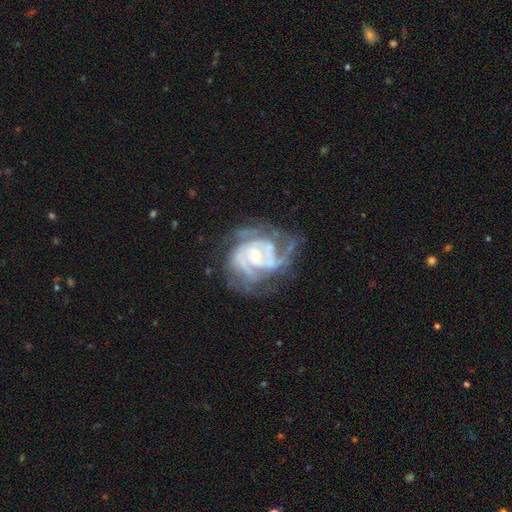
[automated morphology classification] Q: Smooth or featured?
A: featured or disk (88%); runner-up: smooth (6%)
Q: Edge-on disk?
A: no (98%); runner-up: yes (2%)
Q: Bar?
A: no (63%); runner-up: weak (28%)
Q: Spiral arms?
A: yes (94%); runner-up: no (6%)
Q: Spiral winding?
A: tight (57%); runner-up: medium (34%)
Q: Spiral arm count?
A: can't tell (27%); runner-up: 3 (26%)
Q: Bulge size?
A: small (66%); runner-up: moderate (30%)
Q: Merging?
A: none (59%); runner-up: minor disturbance (21%)